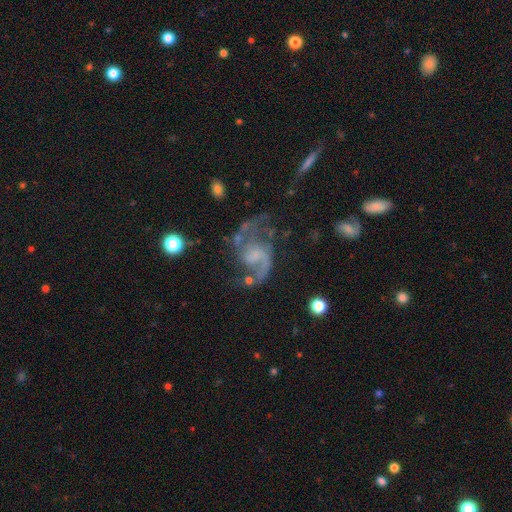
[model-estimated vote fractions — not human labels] Q: Smooth or featured?
A: featured or disk (85%); runner-up: star or artifact (8%)
Q: Edge-on disk?
A: no (98%); runner-up: yes (2%)
Q: Bar?
A: no (54%); runner-up: weak (38%)
Q: Spiral arms?
A: yes (94%); runner-up: no (6%)
Q: Spiral winding?
A: loose (51%); runner-up: medium (40%)
Q: Spiral arm count?
A: 2 (84%); runner-up: 1 (8%)
Q: Bulge size?
A: none (40%); runner-up: small (38%)
Q: Merging?
A: none (50%); runner-up: major disturbance (24%)